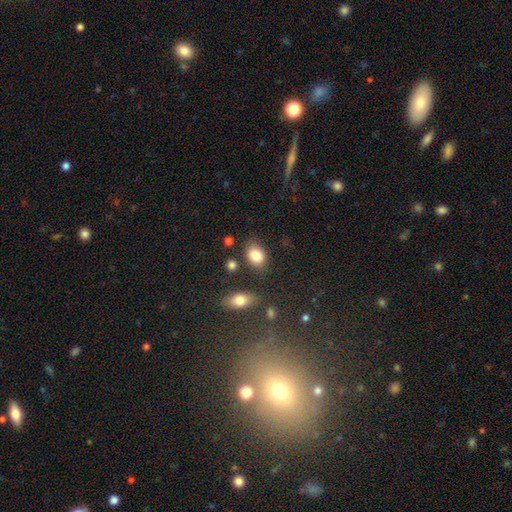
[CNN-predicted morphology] Smooth or featured: smooth — 84% (star or artifact — 9%)
How rounded: in between — 71% (round — 28%)
Merging: none — 75% (minor disturbance — 15%)